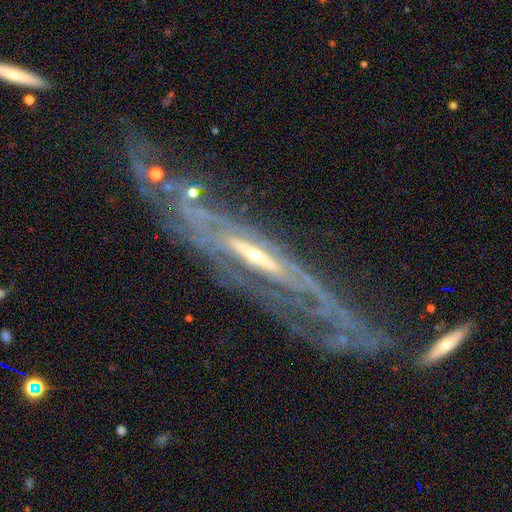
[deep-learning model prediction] featured or disk 86%, star or artifact 7%, smooth 7%. Down the decision tree: edge-on disk — no (71%); bar — no (40%); spiral arms — yes (89%); spiral arm count — can't tell (40%); spiral winding — tight (61%); bulge size — small (70%); merging — none (60%).